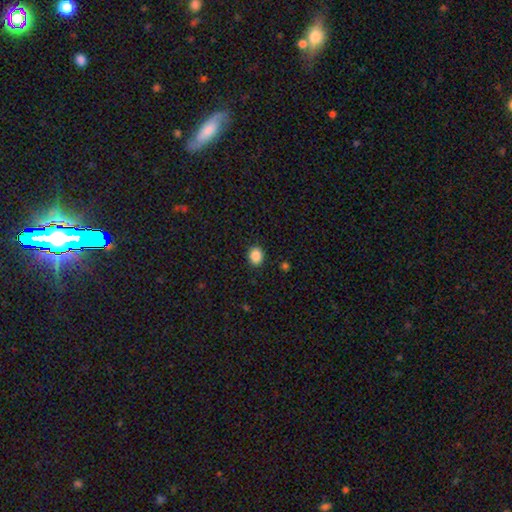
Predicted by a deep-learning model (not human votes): Smooth or featured?
  - smooth: 88% *
  - star or artifact: 9%
  - featured or disk: 3%
How rounded?
  - round: 56% *
  - in between: 44%
  - cigar-shaped: 1%
Merging?
  - none: 90% *
  - minor disturbance: 7%
  - major disturbance: 2%
  - merger: 1%